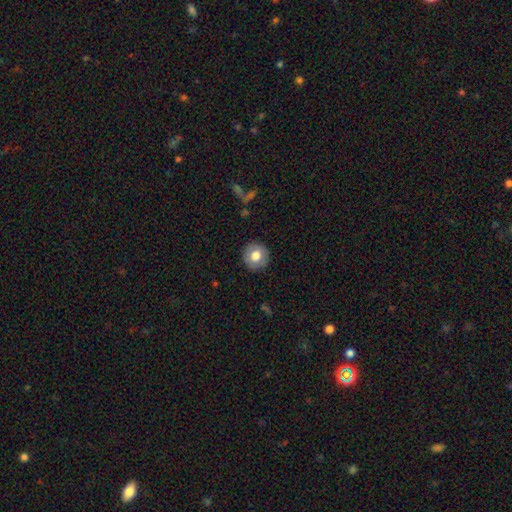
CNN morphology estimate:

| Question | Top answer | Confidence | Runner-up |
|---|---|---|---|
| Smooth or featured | smooth | 76% | featured or disk (16%) |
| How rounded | round | 92% | in between (7%) |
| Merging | none | 89% | minor disturbance (8%) |